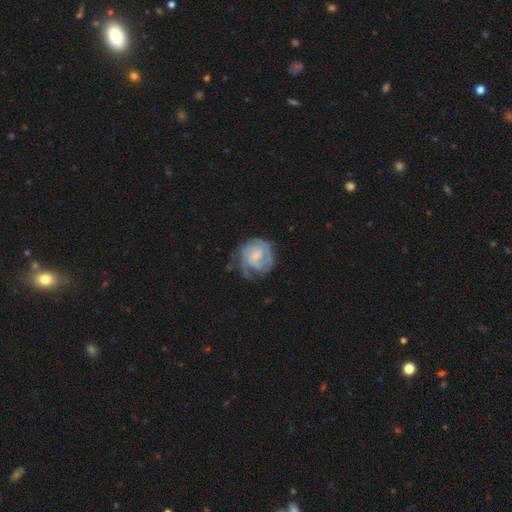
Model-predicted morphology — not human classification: Smooth or featured? Predicted: featured or disk (p=0.79). Edge-on disk? Predicted: no (p=0.98). Bar? Predicted: no (p=0.63). Spiral arms? Predicted: yes (p=0.94). Spiral winding? Predicted: tight (p=0.62). Spiral arm count? Predicted: 2 (p=0.35). Bulge size? Predicted: small (p=0.35). Merging? Predicted: none (p=0.59).